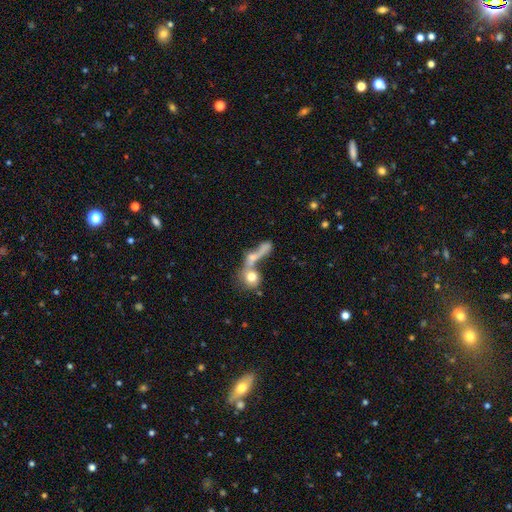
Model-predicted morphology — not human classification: type=smooth (57%); roundness=round (39%); merging=merger (54%).